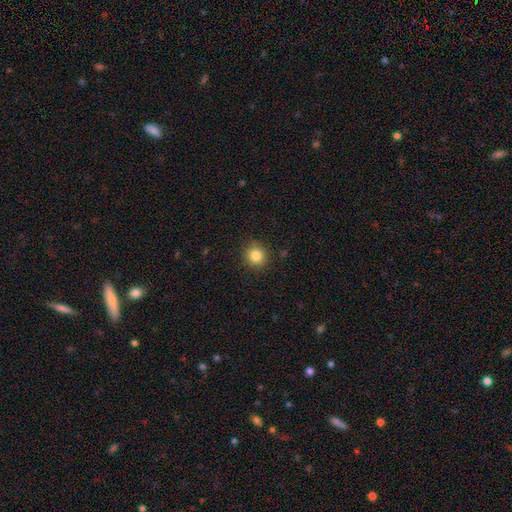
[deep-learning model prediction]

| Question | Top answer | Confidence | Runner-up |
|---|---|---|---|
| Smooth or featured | smooth | 84% | star or artifact (11%) |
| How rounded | round | 90% | in between (9%) |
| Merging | none | 90% | minor disturbance (7%) |